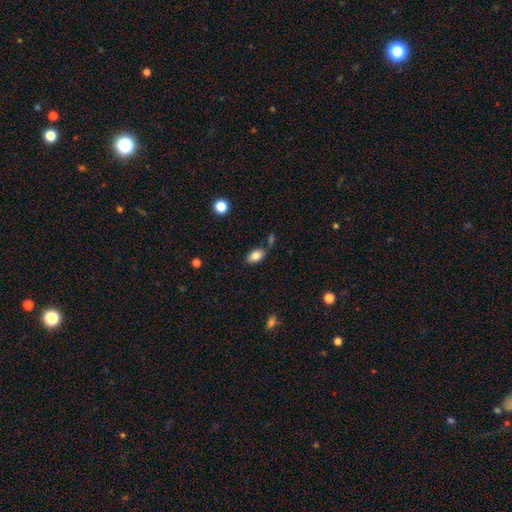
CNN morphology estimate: Smooth or featured?
  - smooth: 84% *
  - star or artifact: 8%
  - featured or disk: 8%
How rounded?
  - in between: 91% *
  - round: 8%
  - cigar-shaped: 2%
Merging?
  - none: 76% *
  - minor disturbance: 13%
  - merger: 8%
  - major disturbance: 3%